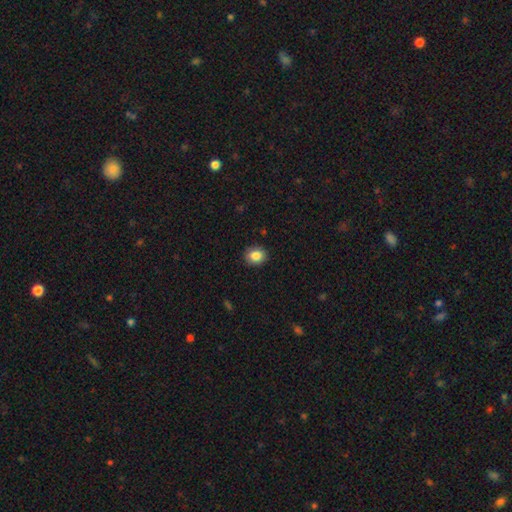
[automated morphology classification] smooth 86%, star or artifact 9%, featured or disk 6%. Down the decision tree: how rounded — round (59%); merging — none (89%).